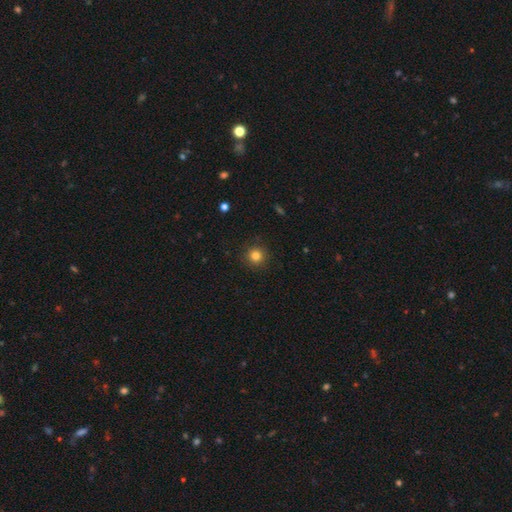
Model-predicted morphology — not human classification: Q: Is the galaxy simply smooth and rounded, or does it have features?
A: smooth — 82%.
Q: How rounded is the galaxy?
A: round — 95%.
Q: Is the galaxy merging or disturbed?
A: none — 91%.